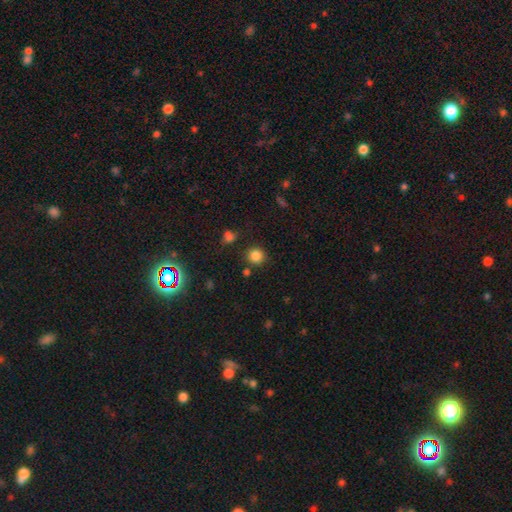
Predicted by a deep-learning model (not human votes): Smooth or featured? smooth (83%)
How rounded? round (90%)
Merging? none (82%)